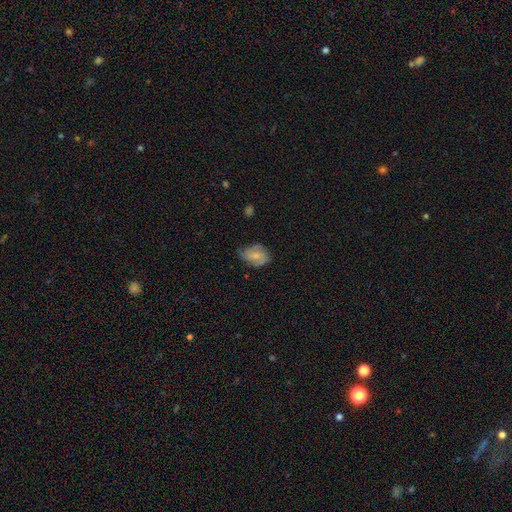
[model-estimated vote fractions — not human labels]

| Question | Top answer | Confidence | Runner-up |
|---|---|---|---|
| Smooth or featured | smooth | 61% | featured or disk (31%) |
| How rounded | in between | 72% | round (26%) |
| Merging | none | 54% | minor disturbance (35%) |